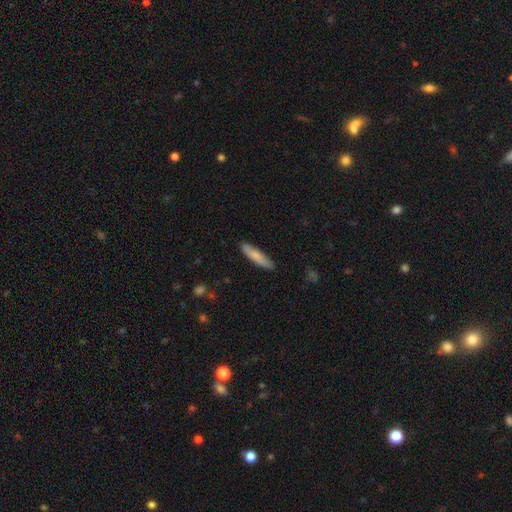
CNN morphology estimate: smooth_or_featured: smooth (p=0.78) [alt: featured or disk p=0.17]
how_rounded: cigar-shaped (p=0.83) [alt: in between p=0.15]
merging: none (p=0.87) [alt: minor disturbance p=0.10]